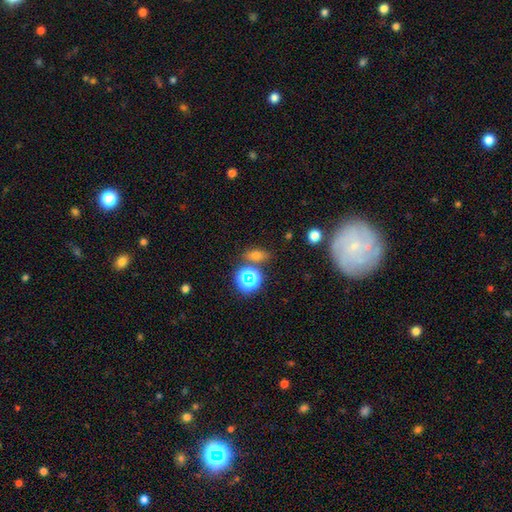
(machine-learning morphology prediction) type=smooth (55%); roundness=in between (64%); merging=none (74%).